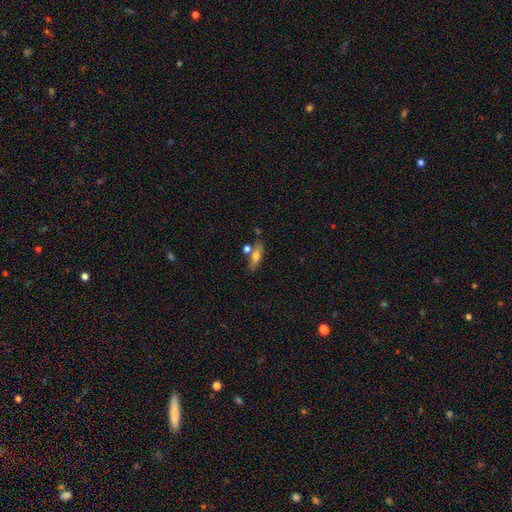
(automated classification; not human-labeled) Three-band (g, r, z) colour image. It shows a smooth galaxy with no disk features (68%) that is in between round and cigar-shaped (61%). Merging: none (64%).